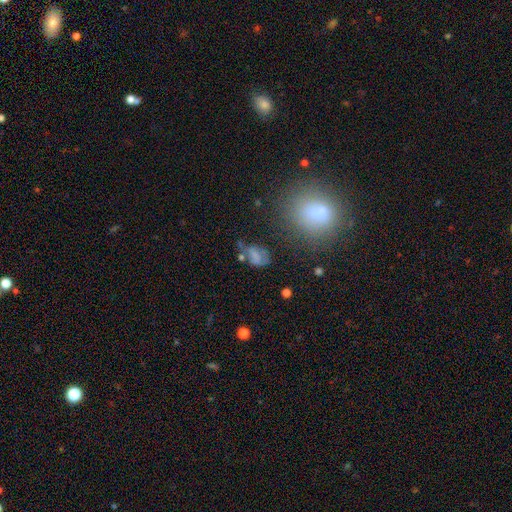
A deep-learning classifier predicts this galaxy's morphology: Q: Smooth or featured?
A: smooth (53%); runner-up: featured or disk (32%)
Q: How rounded?
A: in between (79%); runner-up: round (19%)
Q: Merging?
A: none (38%); runner-up: minor disturbance (28%)